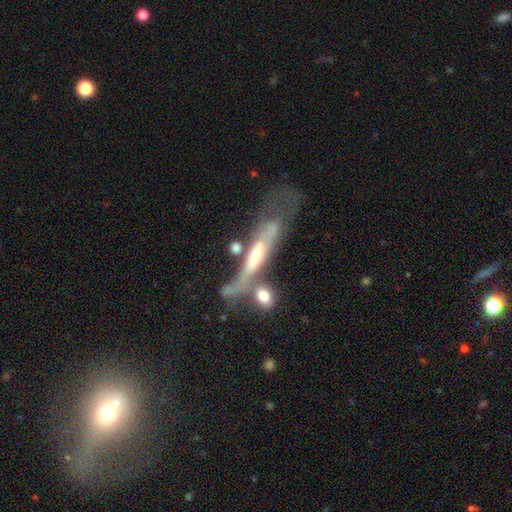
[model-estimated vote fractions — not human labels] Smooth or featured: featured or disk — 67% (smooth — 26%)
Edge-on disk: yes — 60% (no — 40%)
Merging: merger — 29% (none — 28%)